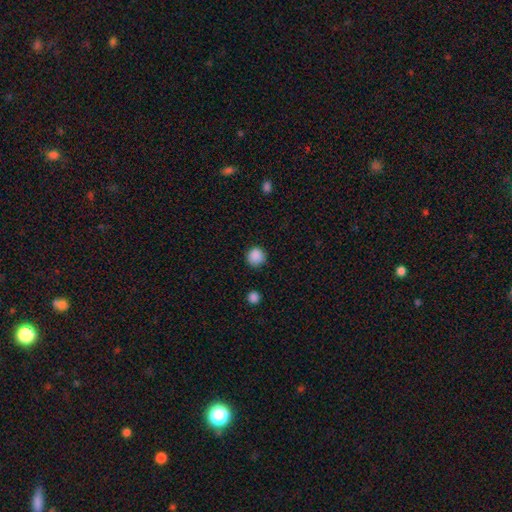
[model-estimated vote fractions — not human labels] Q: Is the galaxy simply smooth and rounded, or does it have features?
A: smooth — 87%.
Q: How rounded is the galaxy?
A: round — 92%.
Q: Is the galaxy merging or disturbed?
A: none — 86%.